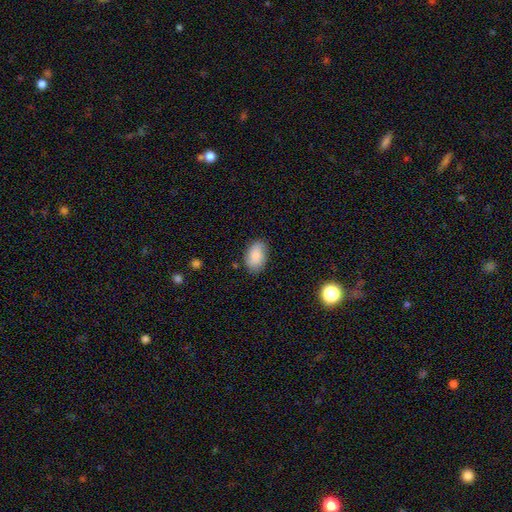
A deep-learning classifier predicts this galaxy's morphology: Q: Smooth or featured?
A: smooth (85%); runner-up: featured or disk (8%)
Q: How rounded?
A: in between (90%); runner-up: round (9%)
Q: Merging?
A: none (81%); runner-up: minor disturbance (15%)